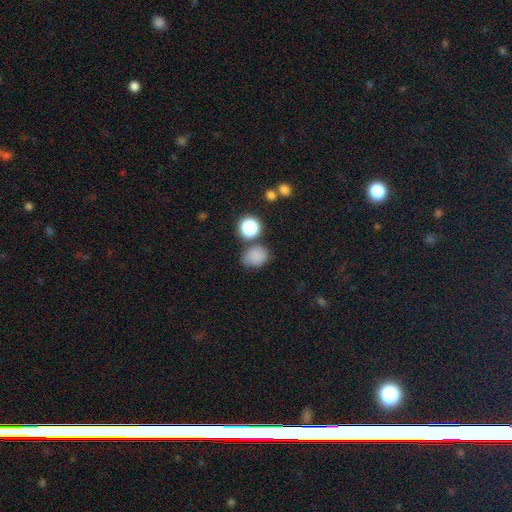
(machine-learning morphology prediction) This is likely a smooth galaxy (77%). How rounded: possibly round (50%). Merging: likely none (63%).